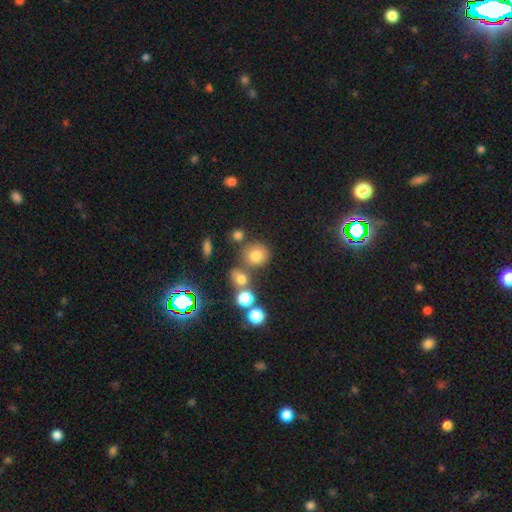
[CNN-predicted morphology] Smooth or featured?
  - smooth: 74% *
  - star or artifact: 17%
  - featured or disk: 10%
How rounded?
  - round: 82% *
  - in between: 17%
  - cigar-shaped: 1%
Merging?
  - none: 64% *
  - merger: 19%
  - minor disturbance: 11%
  - major disturbance: 5%